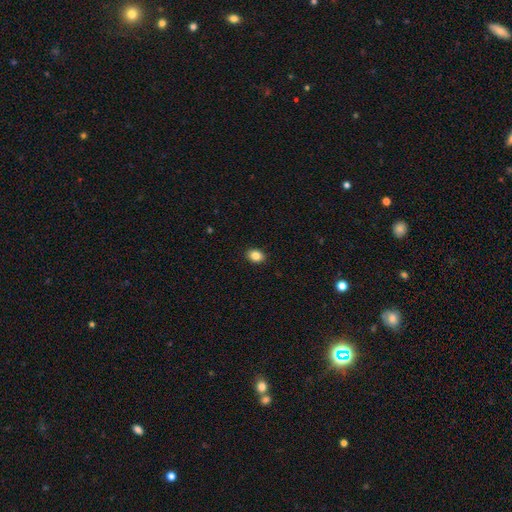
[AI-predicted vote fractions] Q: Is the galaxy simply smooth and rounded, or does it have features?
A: smooth — 86%.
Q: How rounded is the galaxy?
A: in between — 70%.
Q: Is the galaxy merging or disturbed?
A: none — 90%.